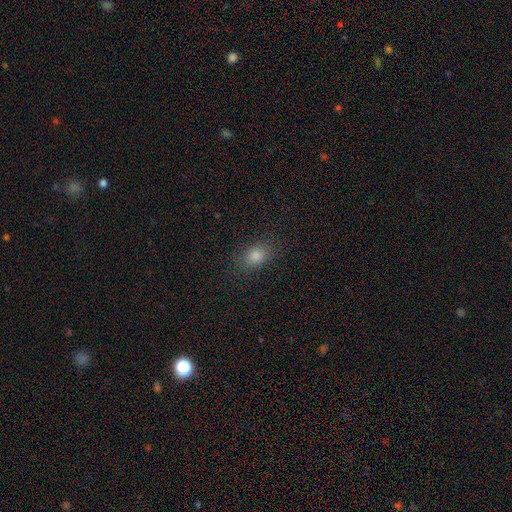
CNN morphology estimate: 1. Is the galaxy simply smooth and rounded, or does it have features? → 80% smooth, 14% star or artifact, 7% featured or disk.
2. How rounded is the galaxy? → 67% in between, 31% round, 2% cigar-shaped.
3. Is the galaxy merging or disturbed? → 86% none, 10% minor disturbance, 3% major disturbance, 1% merger.